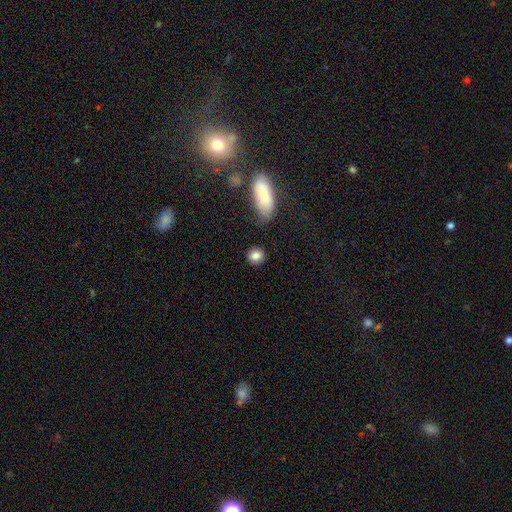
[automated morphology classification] smooth_or_featured: smooth (p=0.85) [alt: star or artifact p=0.09]
how_rounded: round (p=0.82) [alt: in between p=0.16]
merging: none (p=0.86) [alt: minor disturbance p=0.08]